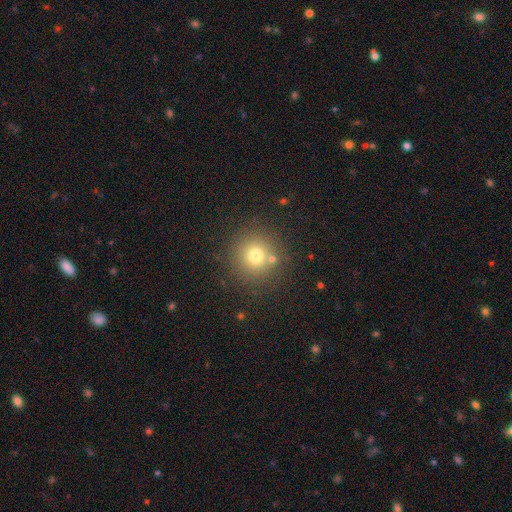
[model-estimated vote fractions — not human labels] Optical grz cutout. It shows a smooth galaxy with no disk features (72%) that is round (94%). Merging: none (82%).